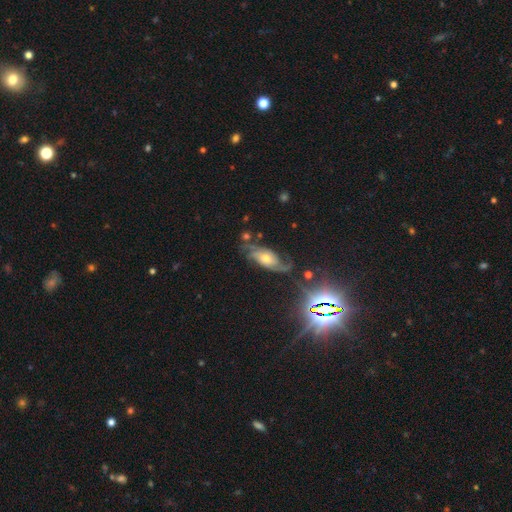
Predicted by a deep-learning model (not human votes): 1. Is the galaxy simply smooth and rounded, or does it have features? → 41% featured or disk, 40% star or artifact, 19% smooth.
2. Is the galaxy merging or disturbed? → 63% none, 20% minor disturbance, 12% major disturbance, 5% merger.